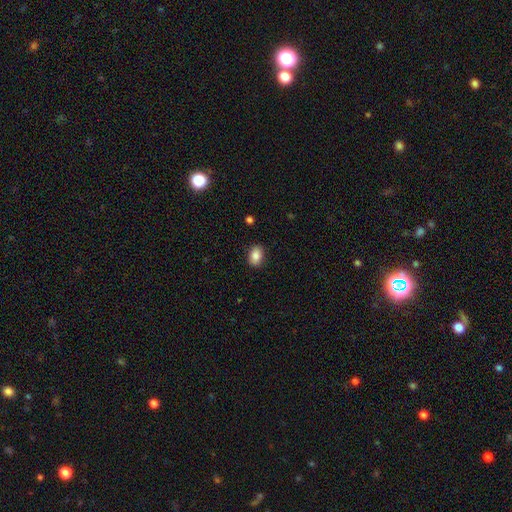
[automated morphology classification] Smooth or featured? Predicted: smooth (p=0.85). How rounded? Predicted: in between (p=0.77). Merging? Predicted: none (p=0.88).